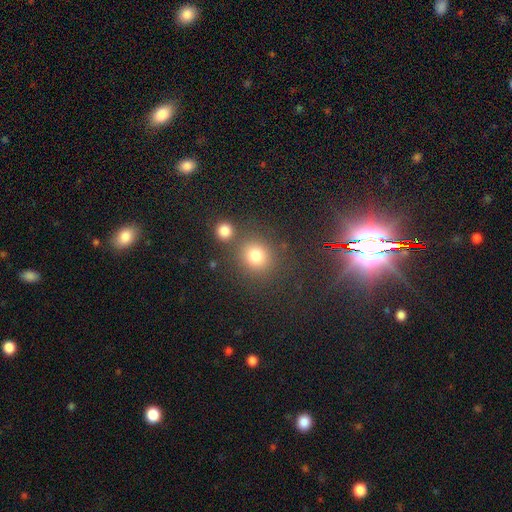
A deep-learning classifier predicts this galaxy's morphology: A smooth galaxy with no disk features (79%) that is round (85%).

Vote fractions:
- Smooth or featured? smooth: 79% / star or artifact: 14% / featured or disk: 7%
- How rounded? round: 85% / in between: 14% / cigar-shaped: 1%
- Merging? none: 72% / merger: 15% / minor disturbance: 9% / major disturbance: 4%